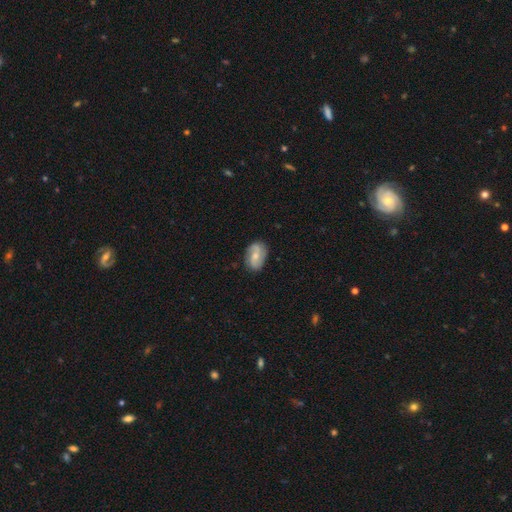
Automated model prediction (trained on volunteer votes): A featured or disk galaxy (52%). Merging: none (78%).